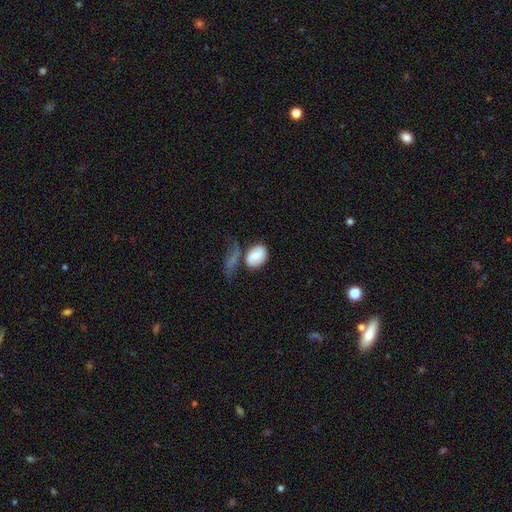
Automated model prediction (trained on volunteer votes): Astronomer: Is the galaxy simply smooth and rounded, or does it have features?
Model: smooth — 59%.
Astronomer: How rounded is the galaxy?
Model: in between — 70%.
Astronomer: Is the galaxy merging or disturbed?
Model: none — 36% (runner-up: minor disturbance, 23%).